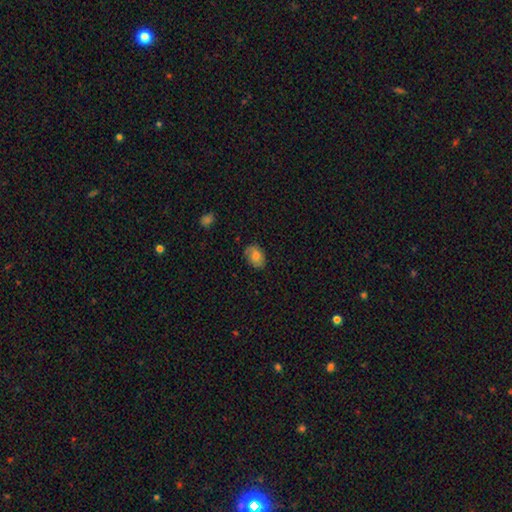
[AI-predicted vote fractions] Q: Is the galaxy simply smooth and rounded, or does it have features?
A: smooth — 78%.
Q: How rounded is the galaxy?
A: in between — 82%.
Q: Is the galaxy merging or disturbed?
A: none — 73%.